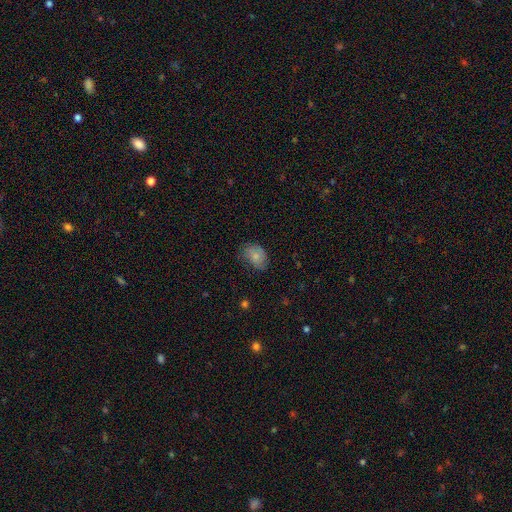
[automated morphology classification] type=smooth (76%); roundness=in between (75%); merging=none (60%).